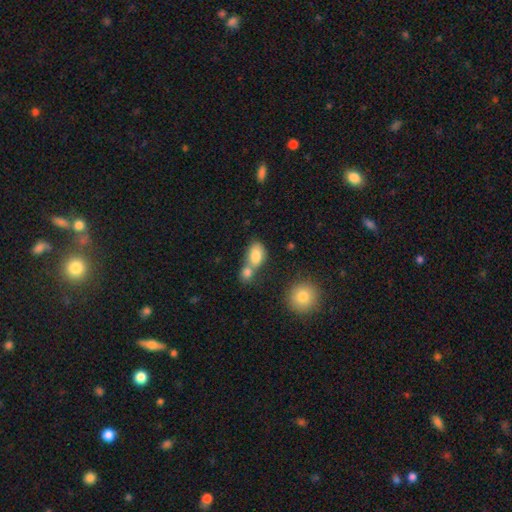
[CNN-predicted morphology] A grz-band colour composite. It shows a smooth galaxy with no disk features (81%) that is in between round and cigar-shaped (82%). Merging: merger (57%).